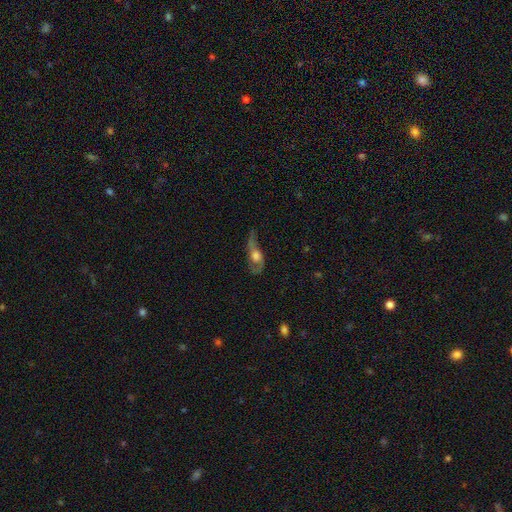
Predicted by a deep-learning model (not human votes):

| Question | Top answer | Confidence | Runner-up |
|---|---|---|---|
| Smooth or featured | featured or disk | 58% | smooth (34%) |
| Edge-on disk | no | 77% | yes (23%) |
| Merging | major disturbance | 37% | none (33%) |